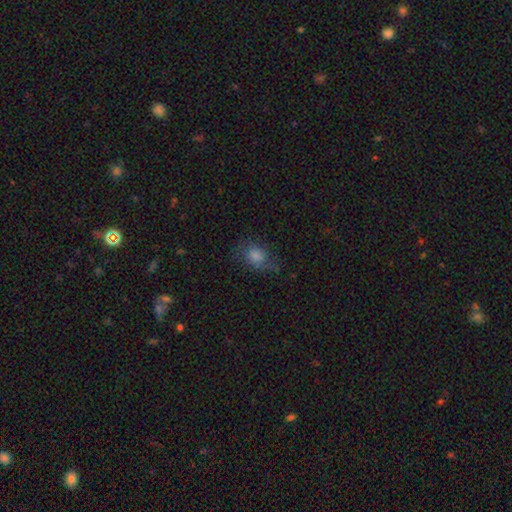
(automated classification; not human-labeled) This appears to be a smooth galaxy with no disk features (62%) that is in between round and cigar-shaped (52%). Merging: none (59%).